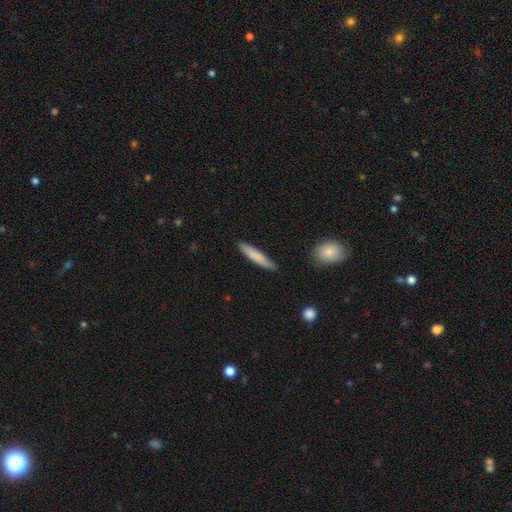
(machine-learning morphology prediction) Overall: smooth (77%). How rounded: cigar-shaped (90%). Merging: none (84%).